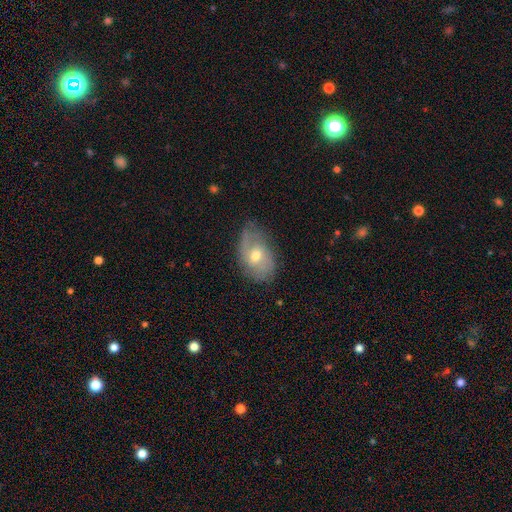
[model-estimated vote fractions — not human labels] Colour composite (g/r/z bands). It shows a featured or disk galaxy (52%). Merging: none (64%).